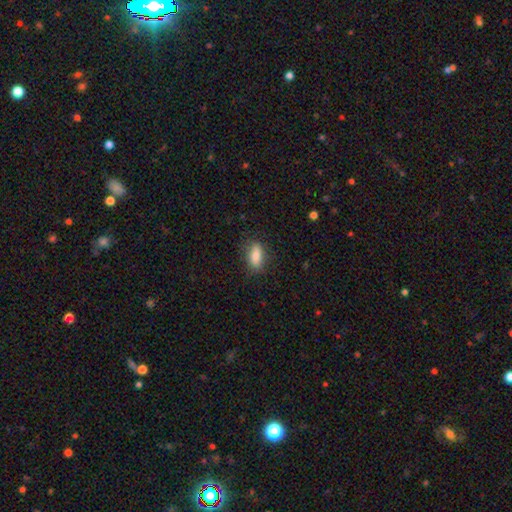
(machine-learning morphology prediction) This appears to be a smooth galaxy with no disk features (82%) that is in between round and cigar-shaped (80%). Merging: none (80%).